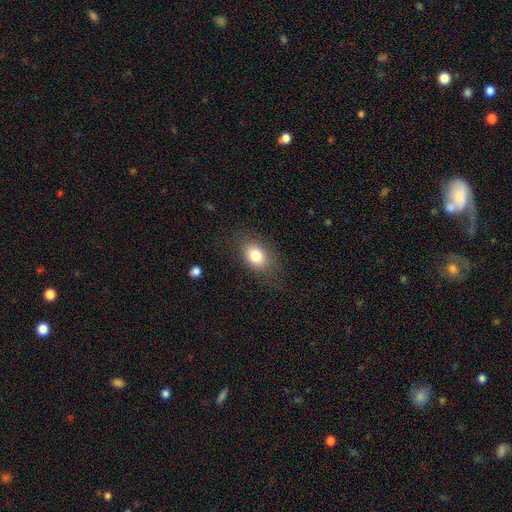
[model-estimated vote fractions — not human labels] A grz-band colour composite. It shows a smooth galaxy with no disk features (80%) that is in between round and cigar-shaped (75%). Merging: none (78%).